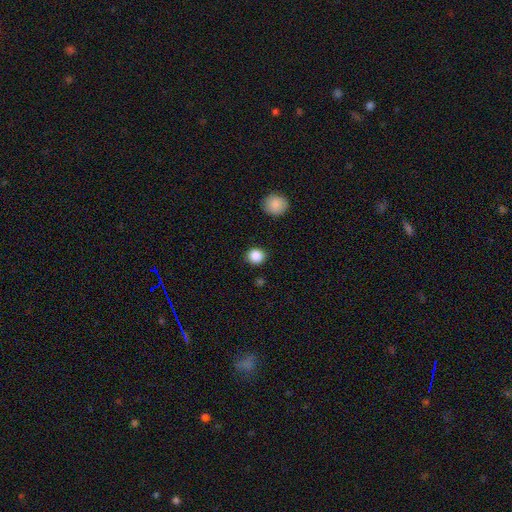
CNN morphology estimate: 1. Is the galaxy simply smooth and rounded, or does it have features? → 87% smooth, 10% star or artifact, 3% featured or disk.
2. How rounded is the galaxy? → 82% round, 17% in between, 1% cigar-shaped.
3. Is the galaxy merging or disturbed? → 88% none, 8% minor disturbance, 2% major disturbance, 2% merger.